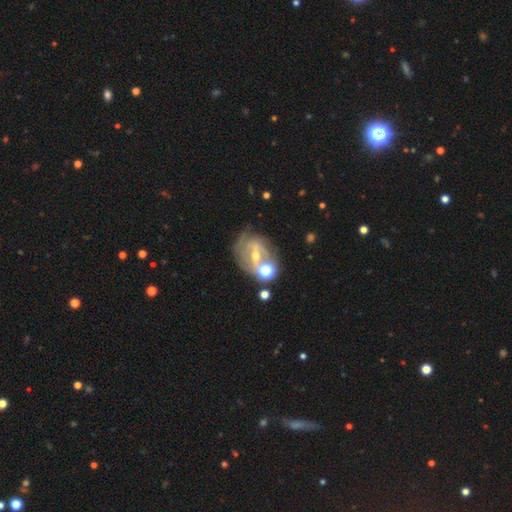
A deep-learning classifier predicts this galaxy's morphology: This appears to be a featured or disk galaxy (67%) with a weak bar (39%), spiral arms (69%) and a moderate central bulge (49%). Merging: none (48%).